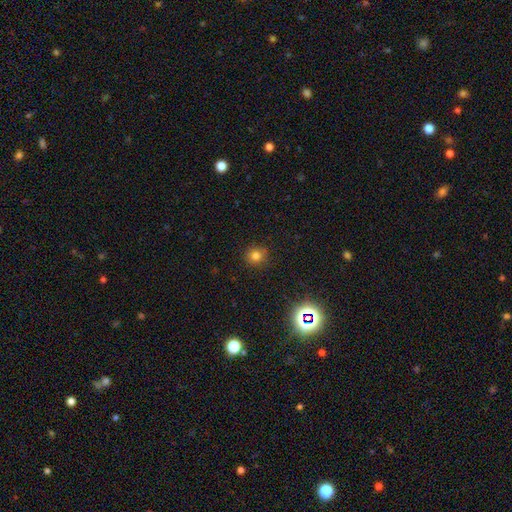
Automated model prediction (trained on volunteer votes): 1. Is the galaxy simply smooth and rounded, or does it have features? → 77% smooth, 17% star or artifact, 6% featured or disk.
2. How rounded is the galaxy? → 91% round, 8% in between, 1% cigar-shaped.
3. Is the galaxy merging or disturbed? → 88% none, 9% minor disturbance, 2% major disturbance, 1% merger.